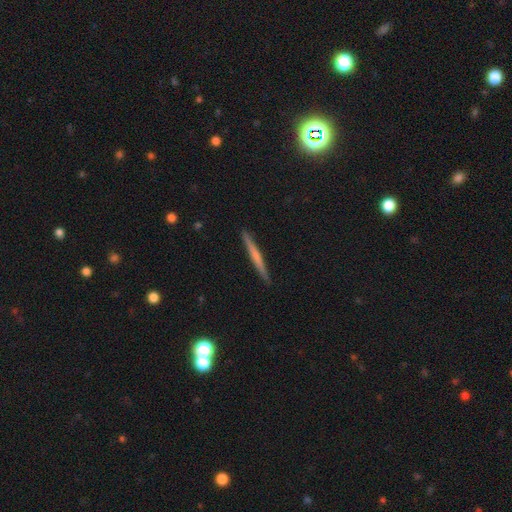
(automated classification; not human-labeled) A smooth galaxy with no disk features (50%).

Vote fractions:
- Smooth or featured? smooth: 50% / featured or disk: 45% / star or artifact: 6%
- Merging? none: 92% / minor disturbance: 6% / major disturbance: 1% / merger: 1%